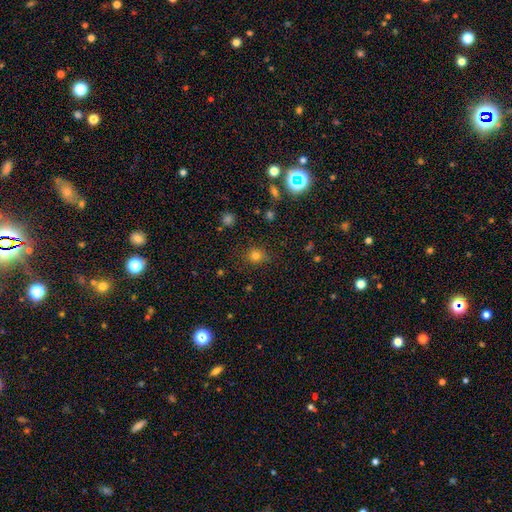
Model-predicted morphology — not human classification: Smooth or featured? Predicted: smooth (p=0.77). How rounded? Predicted: round (p=0.80). Merging? Predicted: none (p=0.83).